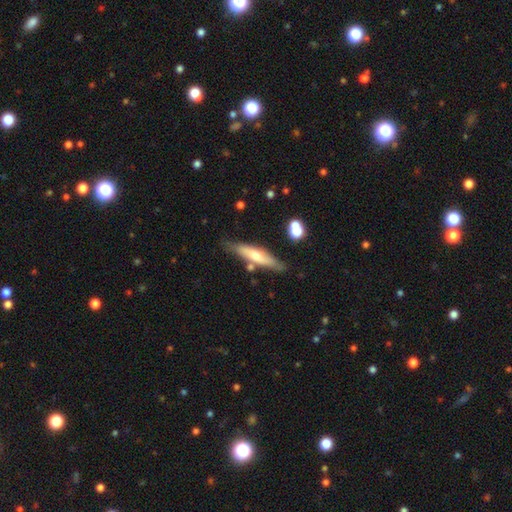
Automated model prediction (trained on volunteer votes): Smooth or featured? Predicted: smooth (p=0.52). How rounded? Predicted: cigar-shaped (p=0.78). Merging? Predicted: none (p=0.72).